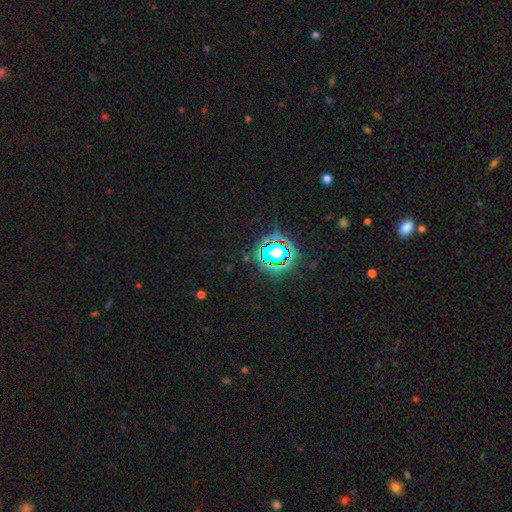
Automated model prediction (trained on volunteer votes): Smooth or featured? Predicted: star or artifact (p=0.79).